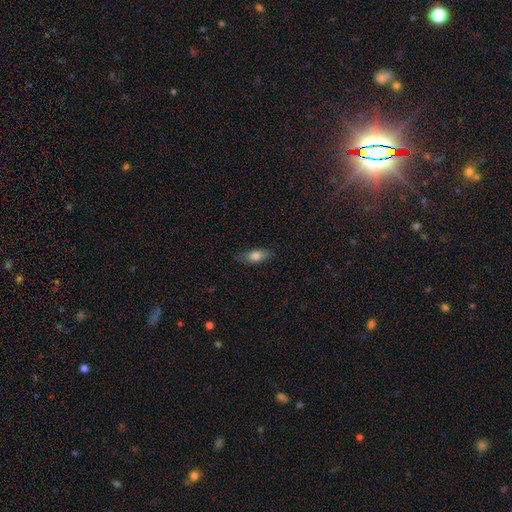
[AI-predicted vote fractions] This is likely a smooth galaxy (78%). How rounded: likely in between (79%). Merging: likely none (78%).